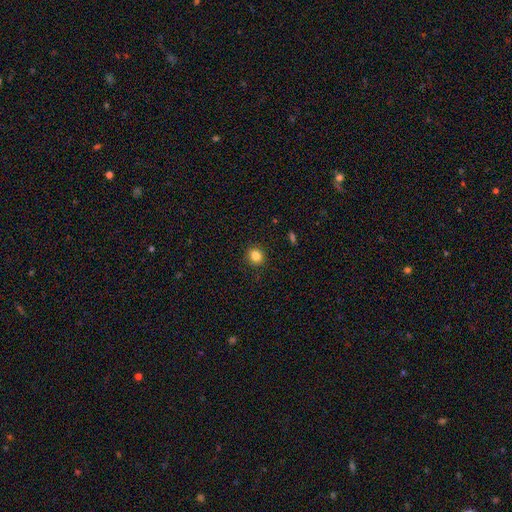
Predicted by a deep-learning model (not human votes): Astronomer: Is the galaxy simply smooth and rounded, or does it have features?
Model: smooth — 84%.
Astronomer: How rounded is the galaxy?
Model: round — 87%.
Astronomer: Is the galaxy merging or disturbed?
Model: none — 91%.